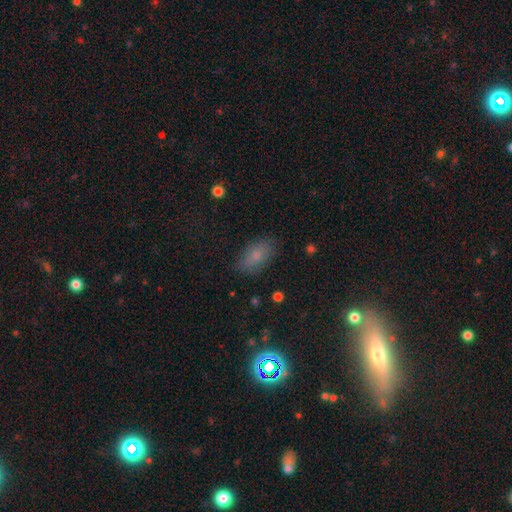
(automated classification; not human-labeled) Smooth or featured? Predicted: smooth (p=0.76). How rounded? Predicted: in between (p=0.90). Merging? Predicted: none (p=0.78).